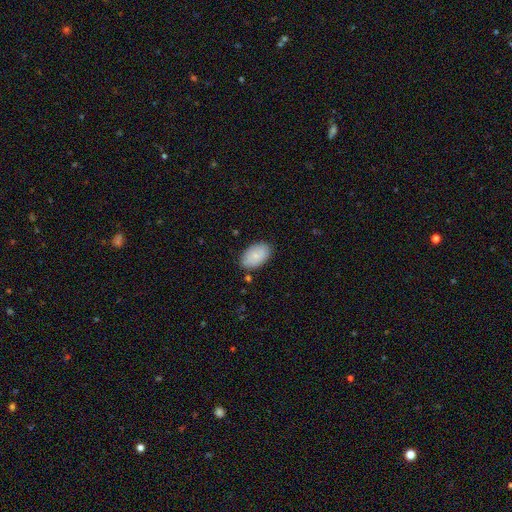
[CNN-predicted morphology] The model was most divided on "smooth or featured": smooth: 79%, featured or disk: 15%, star or artifact: 7%. More confident: how rounded — in between (93%); merging — none (81%).